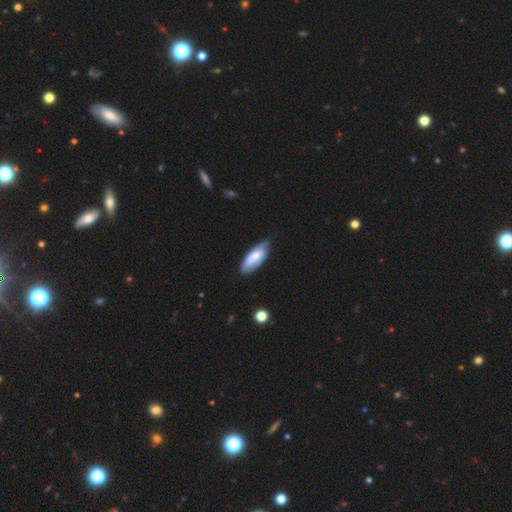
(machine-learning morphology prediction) The model was most divided on "merging": none: 57%, minor disturbance: 34%, major disturbance: 7%, merger: 2%. More confident: how rounded — in between (78%); smooth or featured — smooth (64%).